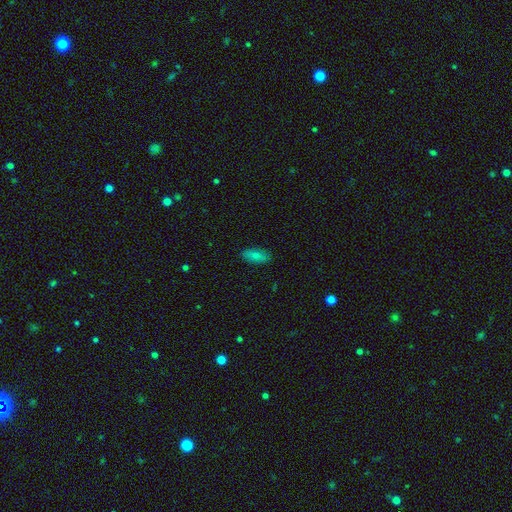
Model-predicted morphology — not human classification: The model was most divided on "smooth or featured": smooth: 75%, featured or disk: 16%, star or artifact: 8%. More confident: merging — none (87%); how rounded — in between (83%).